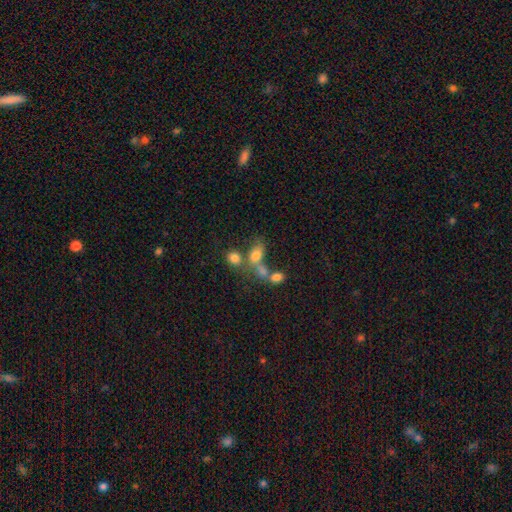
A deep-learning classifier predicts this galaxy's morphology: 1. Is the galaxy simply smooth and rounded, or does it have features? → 70% smooth, 17% featured or disk, 13% star or artifact.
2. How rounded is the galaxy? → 67% in between, 29% round, 4% cigar-shaped.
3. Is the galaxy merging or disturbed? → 46% merger, 31% none, 12% minor disturbance, 11% major disturbance.